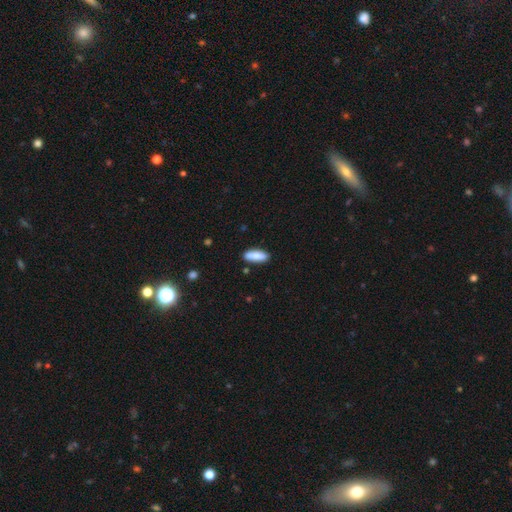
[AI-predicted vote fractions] This appears to be a smooth galaxy with no disk features (85%) that is in between round and cigar-shaped (69%). Merging: none (84%).